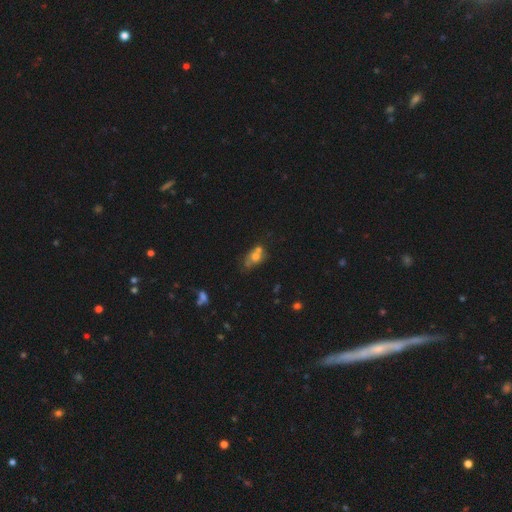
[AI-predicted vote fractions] Morphology: type=smooth (61%); roundness=in between (66%); merging=merger (42%).